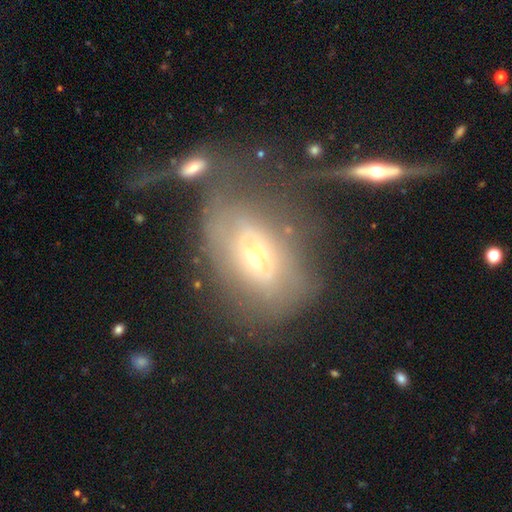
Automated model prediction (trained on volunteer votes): This appears to be a featured or disk galaxy (53%). Merging: none (35%).